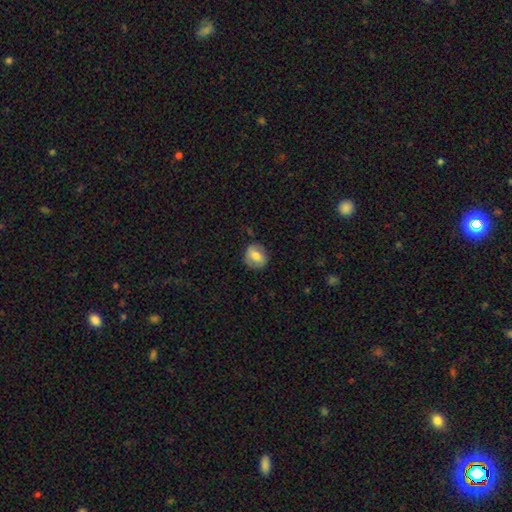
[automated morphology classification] This appears to be a smooth galaxy with no disk features (68%) that is round (71%). Merging: none (79%).